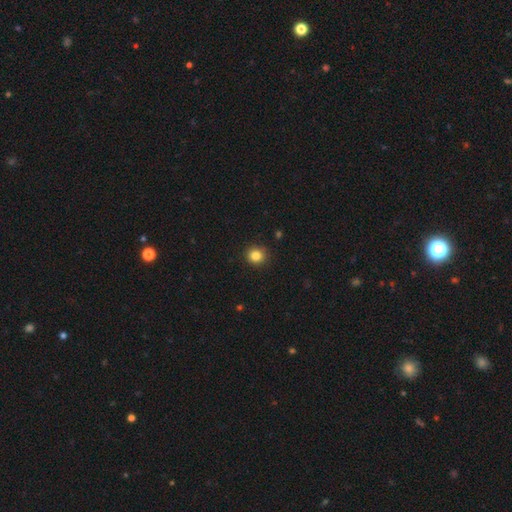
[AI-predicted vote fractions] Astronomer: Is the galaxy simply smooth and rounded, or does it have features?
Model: smooth — 84%.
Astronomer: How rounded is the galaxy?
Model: round — 90%.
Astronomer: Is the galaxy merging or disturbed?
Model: none — 90%.